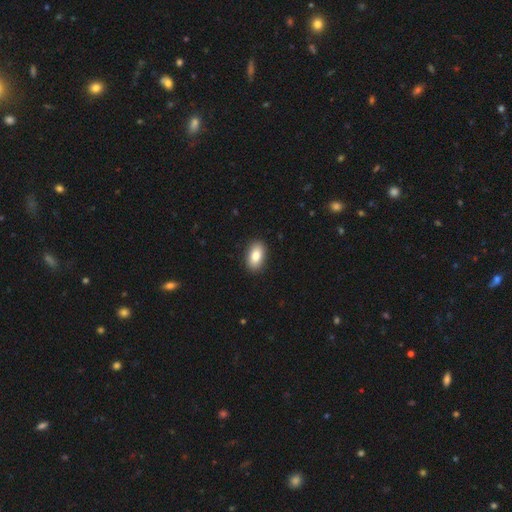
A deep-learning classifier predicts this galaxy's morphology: The model was most divided on "smooth or featured": smooth: 85%, featured or disk: 8%, star or artifact: 7%. More confident: how rounded — in between (92%); merging — none (90%).